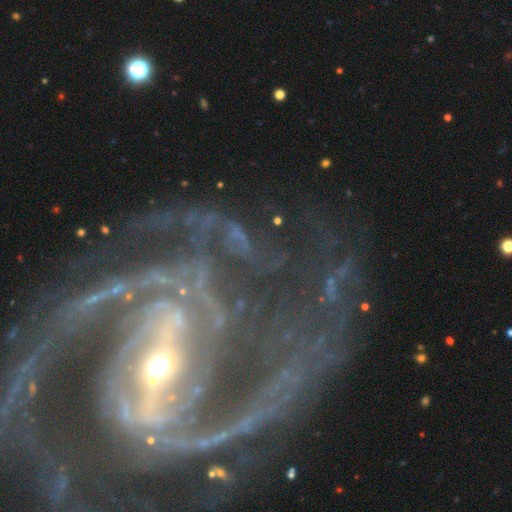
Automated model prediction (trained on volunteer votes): A featured or disk galaxy (91%) with a strong bar (63%), 2 (43%) medium (46%) spiral arms (98%) and a small central bulge (63%). Merging: none (59%).